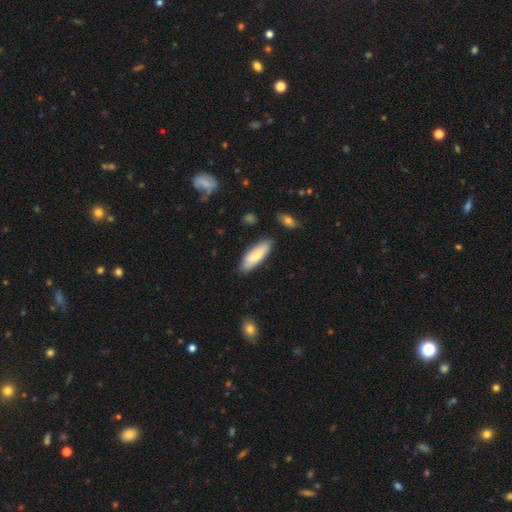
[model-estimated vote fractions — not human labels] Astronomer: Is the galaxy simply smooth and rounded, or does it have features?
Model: smooth — 75%.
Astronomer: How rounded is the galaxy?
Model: in between — 56% (runner-up: cigar-shaped, 42%).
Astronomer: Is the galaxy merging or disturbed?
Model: none — 81%.